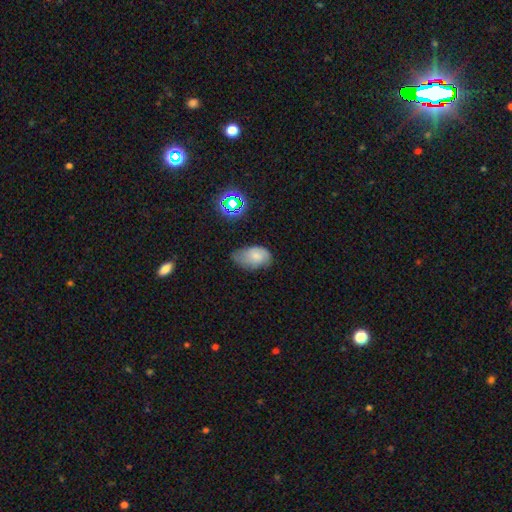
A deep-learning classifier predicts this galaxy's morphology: The model was most divided on "merging": none: 43%, minor disturbance: 42%, major disturbance: 13%, merger: 3%. More confident: how rounded — in between (90%); smooth or featured — smooth (62%).